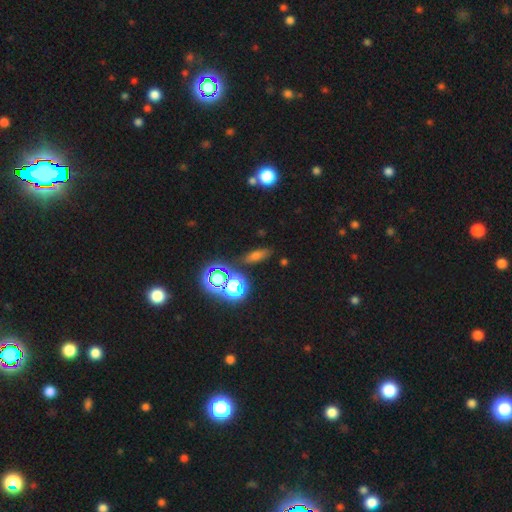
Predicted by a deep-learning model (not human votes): A smooth galaxy with no disk features (52%) that is in between round and cigar-shaped (55%).

Vote fractions:
- Smooth or featured? smooth: 52% / star or artifact: 33% / featured or disk: 15%
- How rounded? in between: 55% / cigar-shaped: 30% / round: 15%
- Merging? none: 81% / minor disturbance: 11% / merger: 5% / major disturbance: 4%